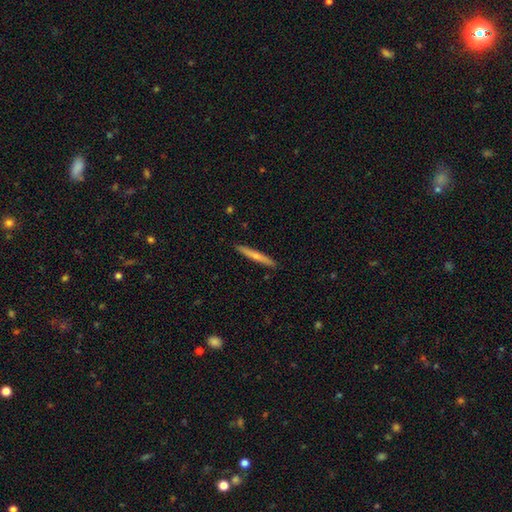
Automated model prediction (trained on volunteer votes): smooth-or-featured: smooth: 56% | featured or disk: 38% | star or artifact: 6%
  how-rounded: cigar-shaped: 96% | in between: 3% | round: 1%
  merging: none: 91% | minor disturbance: 7% | major disturbance: 1% | merger: 1%